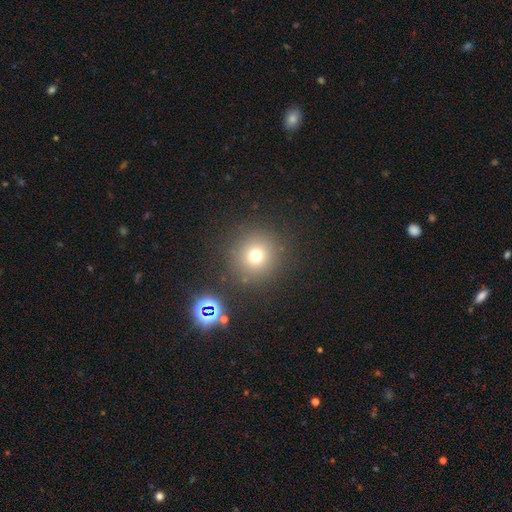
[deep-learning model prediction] Overall: smooth (70%). How rounded: round (95%). Merging: none (86%).